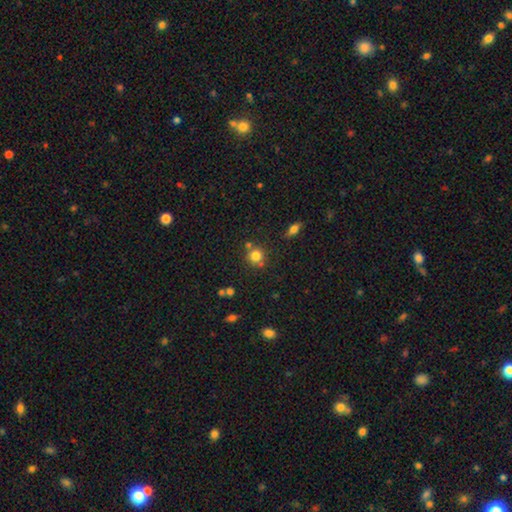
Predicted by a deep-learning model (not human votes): Smooth or featured? Predicted: smooth (p=0.79). How rounded? Predicted: round (p=0.91). Merging? Predicted: none (p=0.71).